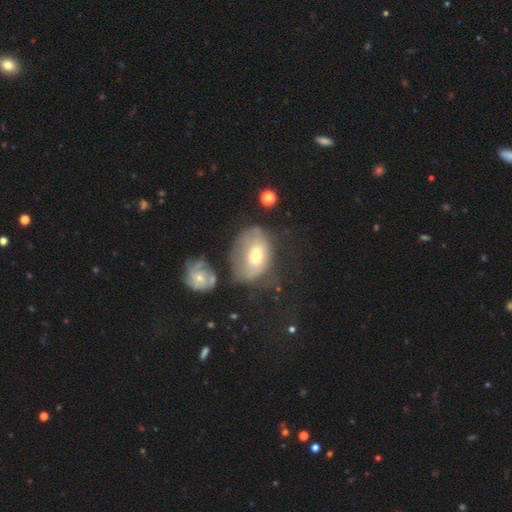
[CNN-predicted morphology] This is possibly a smooth galaxy (48%). Merging: marginally none (35%).